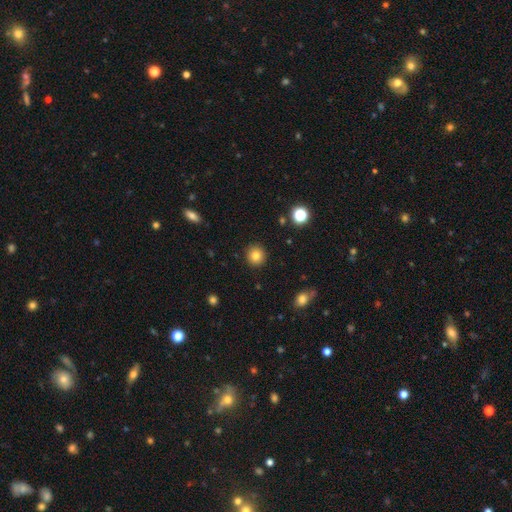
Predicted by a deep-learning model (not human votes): Q: Smooth or featured?
A: smooth (81%); runner-up: star or artifact (11%)
Q: How rounded?
A: round (93%); runner-up: in between (6%)
Q: Merging?
A: none (92%); runner-up: minor disturbance (5%)